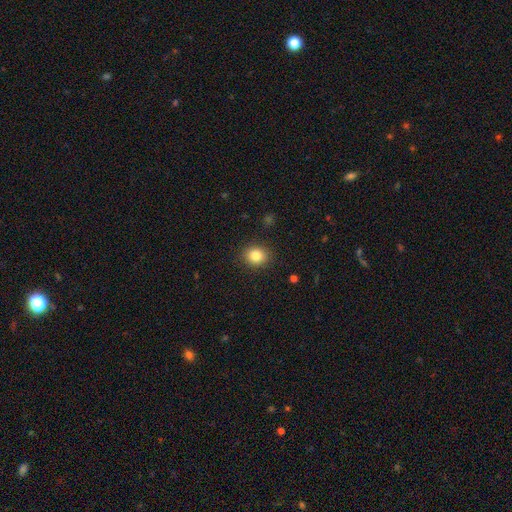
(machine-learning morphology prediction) A smooth galaxy with no disk features (83%) that is round (74%). Merging: none (89%).